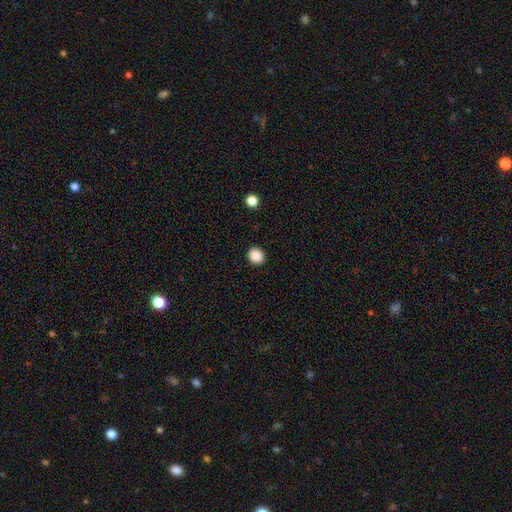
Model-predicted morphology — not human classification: This appears to be a smooth galaxy with no disk features (87%) that is round (83%). Merging: none (93%).